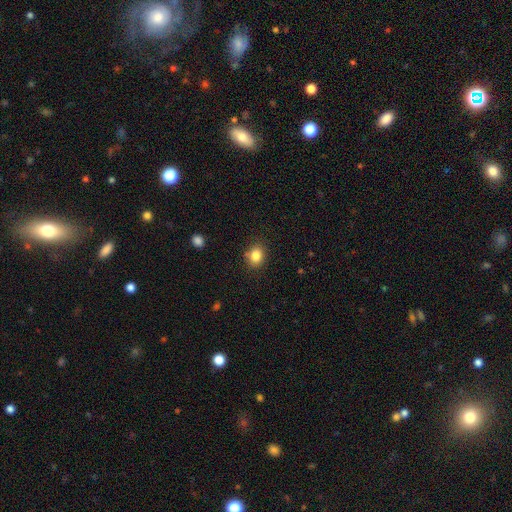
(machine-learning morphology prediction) A smooth galaxy with no disk features (84%) that is round (55%). Merging: none (83%).